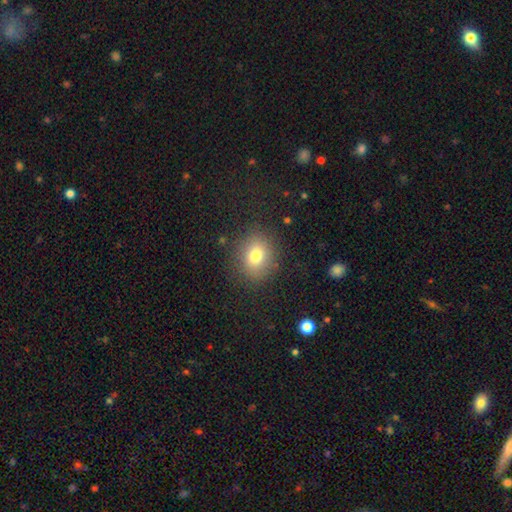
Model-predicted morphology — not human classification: smooth 76%, star or artifact 13%, featured or disk 10%. Down the decision tree: how rounded — round (64%); merging — none (84%).